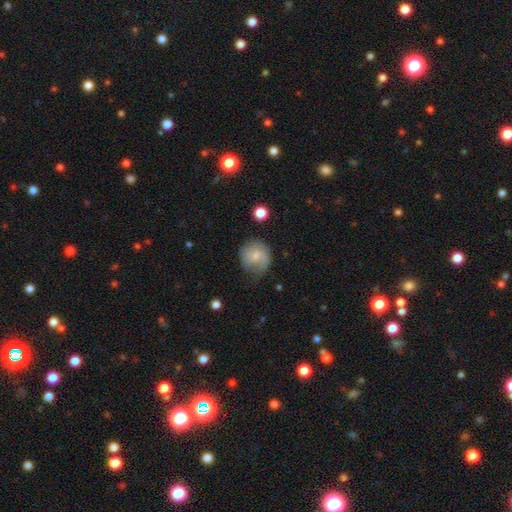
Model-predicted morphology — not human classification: Smooth or featured?
  - smooth: 58% *
  - featured or disk: 34%
  - star or artifact: 8%
How rounded?
  - round: 85% *
  - in between: 14%
  - cigar-shaped: 1%
Merging?
  - none: 61% *
  - minor disturbance: 27%
  - major disturbance: 10%
  - merger: 2%